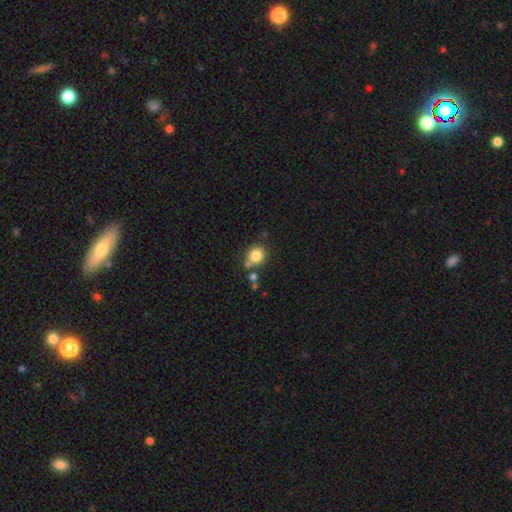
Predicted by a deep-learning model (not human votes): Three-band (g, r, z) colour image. It shows a smooth galaxy with no disk features (83%) that is round (79%). Merging: none (69%).